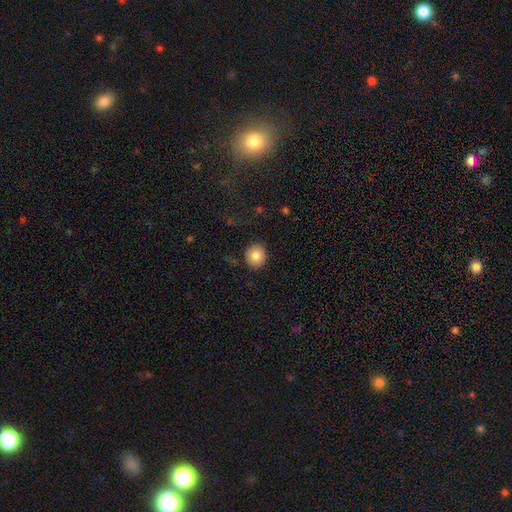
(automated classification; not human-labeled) Smooth or featured: smooth — 84% (star or artifact — 9%)
How rounded: round — 81% (in between — 18%)
Merging: none — 89% (minor disturbance — 8%)